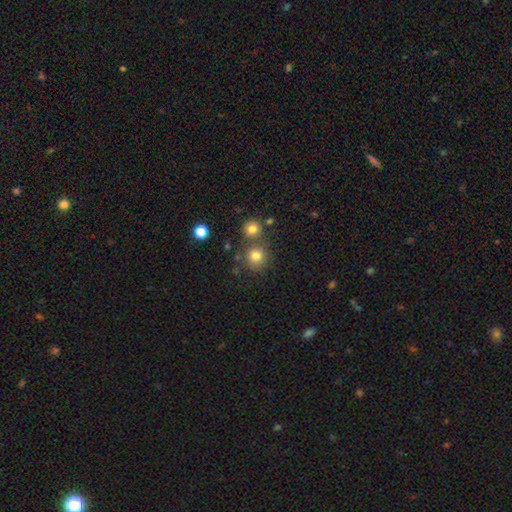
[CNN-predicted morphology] This is likely a smooth galaxy (79%). How rounded: clearly round (90%). Merging: likely none (70%).